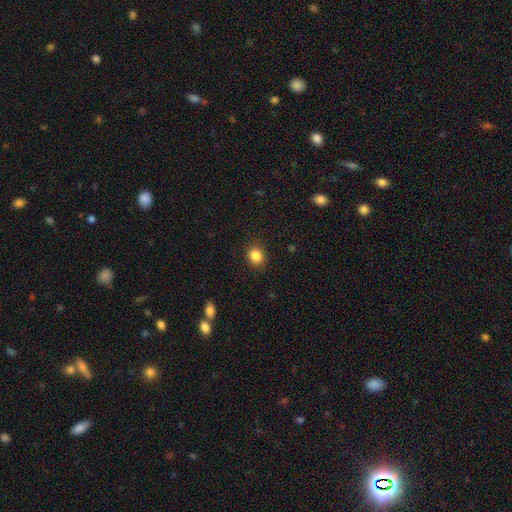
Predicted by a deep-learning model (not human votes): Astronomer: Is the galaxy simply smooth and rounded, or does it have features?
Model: smooth — 85%.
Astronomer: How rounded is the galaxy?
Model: round — 76%.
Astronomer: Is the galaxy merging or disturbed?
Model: none — 89%.